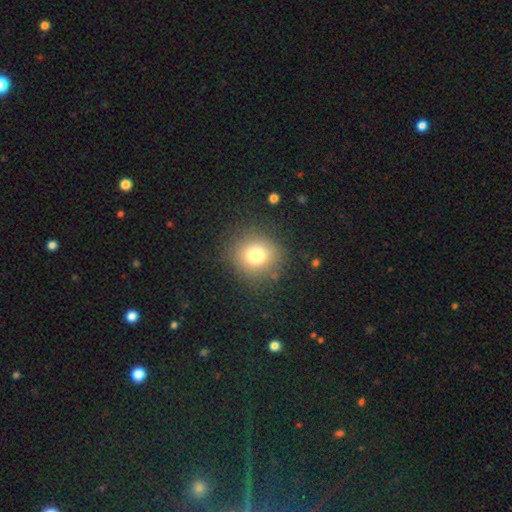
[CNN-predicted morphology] Smooth or featured? smooth (76%)
How rounded? round (89%)
Merging? none (86%)